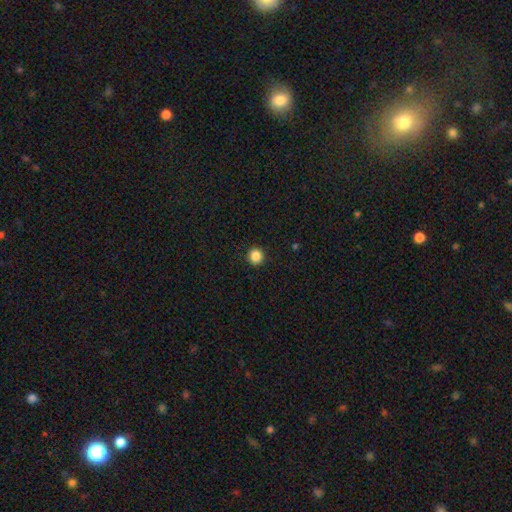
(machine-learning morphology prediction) Smooth or featured? Predicted: smooth (p=0.86). How rounded? Predicted: round (p=0.94). Merging? Predicted: none (p=0.93).